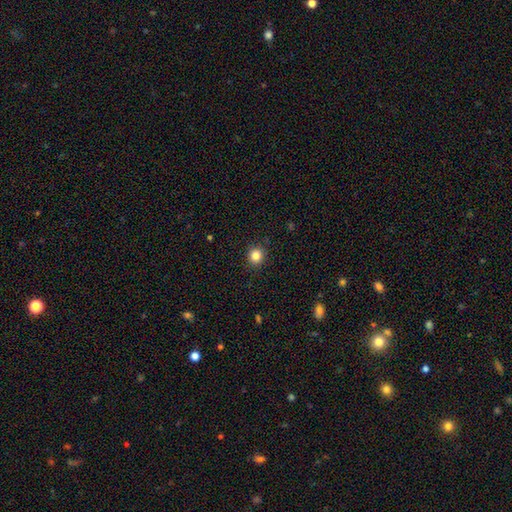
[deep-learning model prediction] A smooth galaxy with no disk features (84%) that is round (91%). Merging: none (91%).